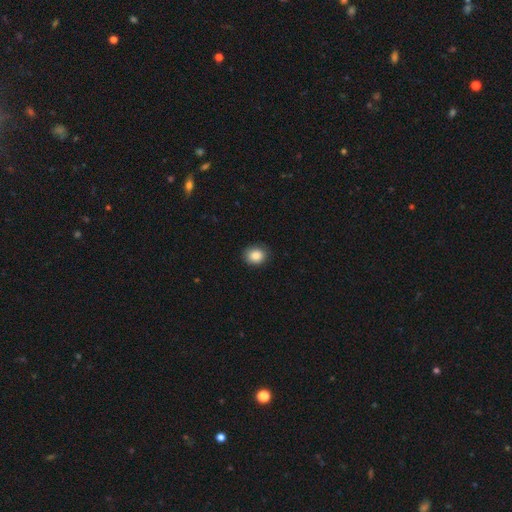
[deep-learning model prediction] Smooth or featured?
  - smooth: 87% *
  - star or artifact: 9%
  - featured or disk: 4%
How rounded?
  - round: 68% *
  - in between: 31%
  - cigar-shaped: 1%
Merging?
  - none: 85% *
  - minor disturbance: 11%
  - major disturbance: 2%
  - merger: 1%